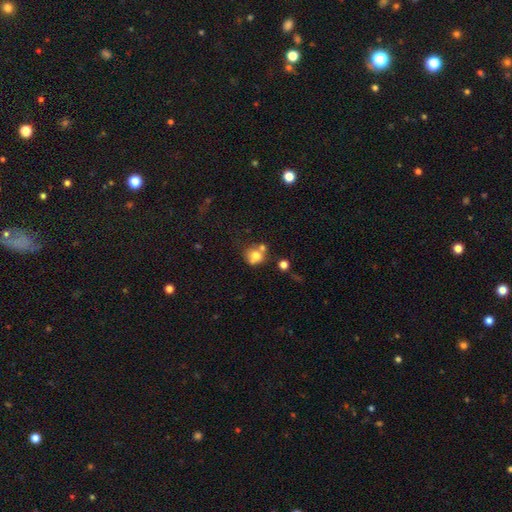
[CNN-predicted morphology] A smooth galaxy with no disk features (71%) that is round (78%). Merging: none (46%).